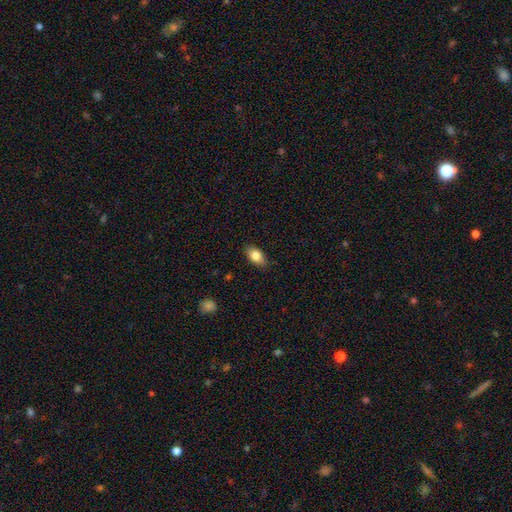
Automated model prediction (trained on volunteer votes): The model was most divided on "merging": none: 85%, minor disturbance: 12%, major disturbance: 2%, merger: 1%. More confident: how rounded — in between (88%); smooth or featured — smooth (83%).